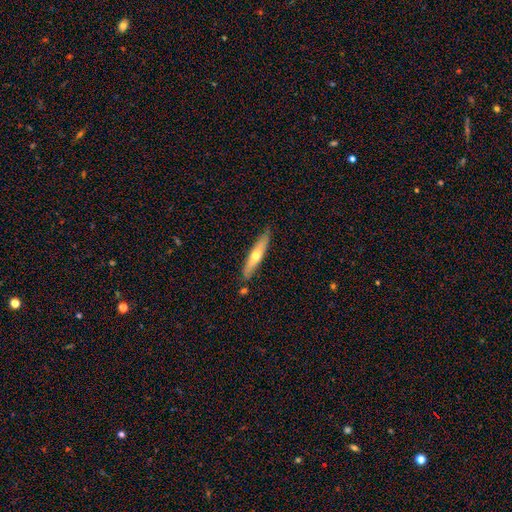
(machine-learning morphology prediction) This appears to be a smooth galaxy with no disk features (47%, tied with featured or disk). Merging: none (84%).